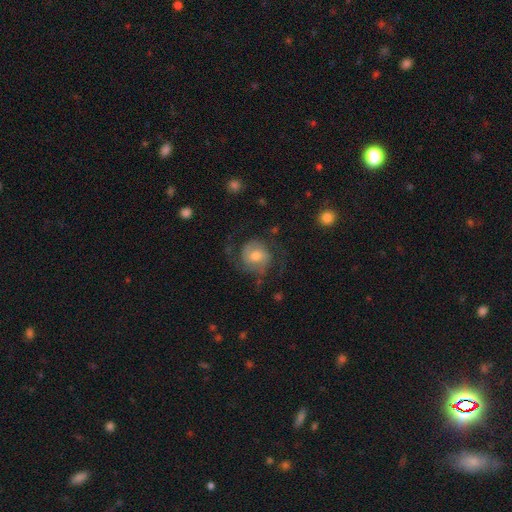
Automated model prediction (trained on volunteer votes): Q: Smooth or featured?
A: featured or disk (68%); runner-up: smooth (25%)
Q: Edge-on disk?
A: no (98%); runner-up: yes (2%)
Q: Bar?
A: no (63%); runner-up: weak (31%)
Q: Spiral arms?
A: yes (89%); runner-up: no (11%)
Q: Spiral winding?
A: medium (46%); runner-up: tight (30%)
Q: Spiral arm count?
A: 2 (52%); runner-up: can't tell (18%)
Q: Bulge size?
A: moderate (59%); runner-up: small (32%)
Q: Merging?
A: none (60%); runner-up: major disturbance (19%)